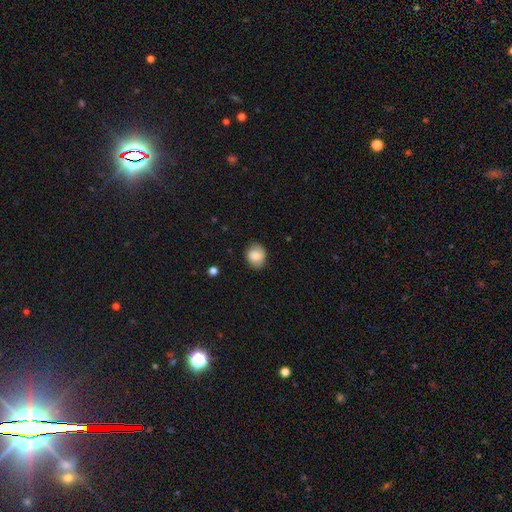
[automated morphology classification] smooth_or_featured: smooth (p=0.80) [alt: featured or disk p=0.12]
how_rounded: round (p=0.63) [alt: in between p=0.36]
merging: none (p=0.77) [alt: minor disturbance p=0.18]